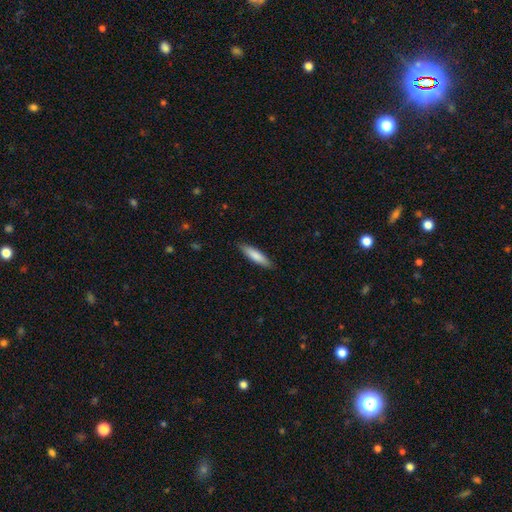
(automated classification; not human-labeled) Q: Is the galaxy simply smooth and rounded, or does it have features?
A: smooth — 80%.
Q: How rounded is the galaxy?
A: cigar-shaped — 76%.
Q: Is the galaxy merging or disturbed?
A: none — 88%.